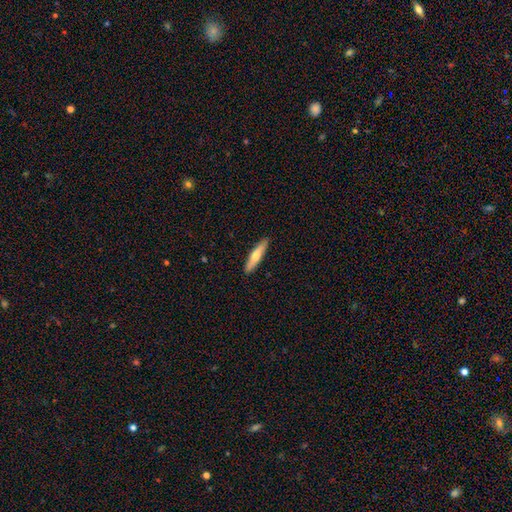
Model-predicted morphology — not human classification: type=smooth (61%); roundness=cigar-shaped (83%); merging=none (90%).